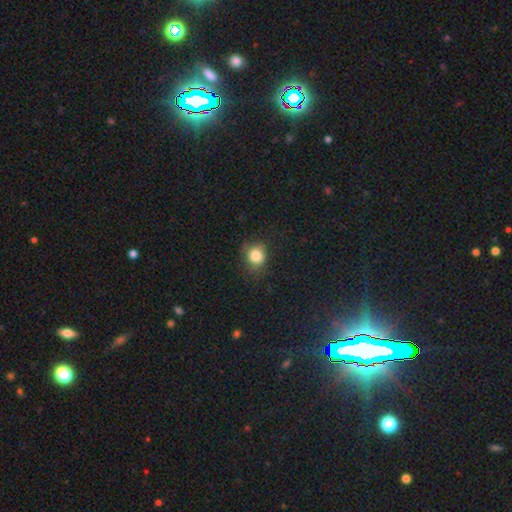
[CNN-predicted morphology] Smooth or featured? smooth (83%)
How rounded? round (73%)
Merging? none (69%)